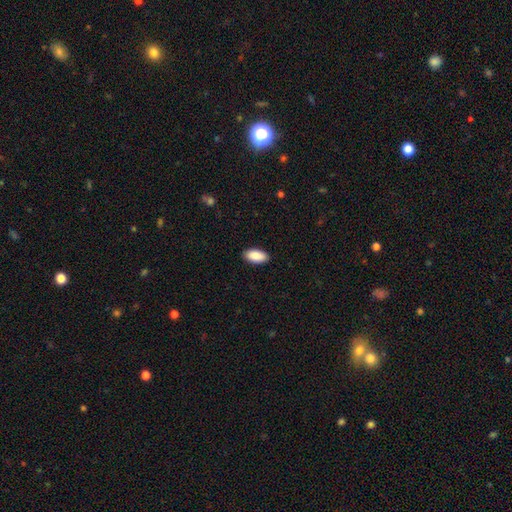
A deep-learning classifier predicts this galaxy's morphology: type=smooth (89%); roundness=in between (94%); merging=none (90%).